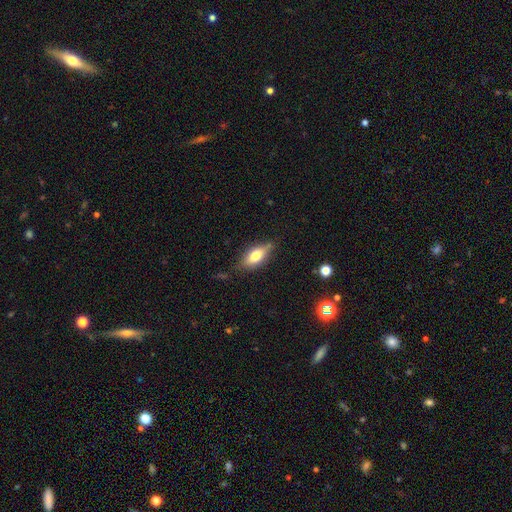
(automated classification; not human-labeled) Smooth or featured? smooth (67%)
How rounded? in between (77%)
Merging? none (74%)